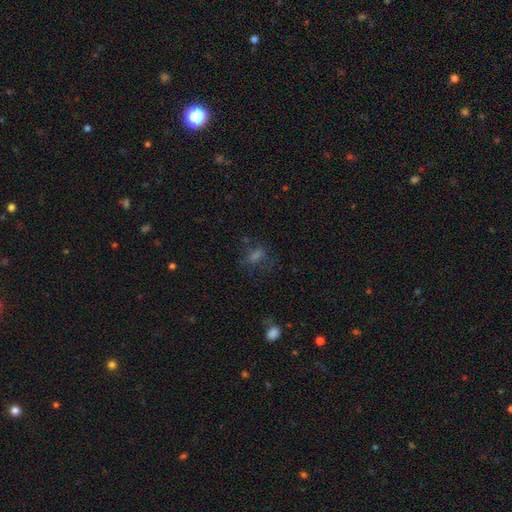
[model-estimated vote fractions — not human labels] Smooth or featured: smooth — 47% (star or artifact — 32%)
Merging: none — 62% (minor disturbance — 18%)